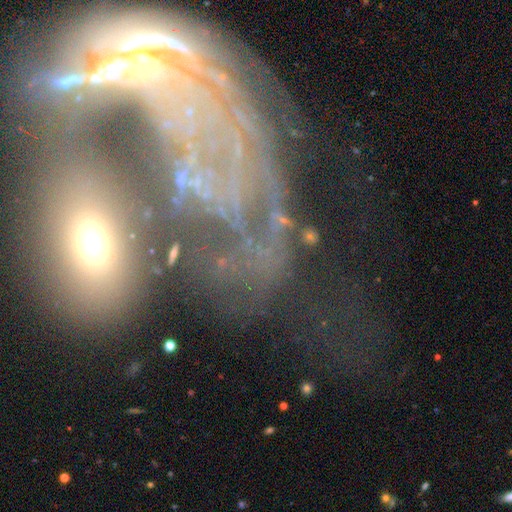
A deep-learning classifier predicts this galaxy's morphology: The model was most divided on "bulge size": small: 44%, moderate: 31%, none: 11%, large: 9%, dominant: 5%. Remaining: edge-on disk — no (90%); spiral arms — yes (67%); bar — no (61%); smooth or featured — featured or disk (61%); merging — none (43%).